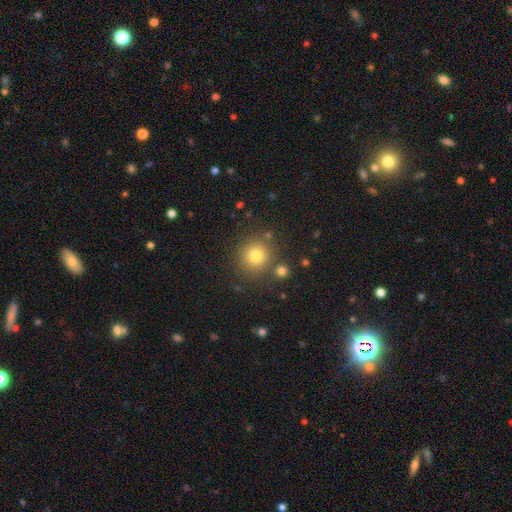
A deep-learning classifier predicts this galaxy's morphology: Smooth or featured? smooth (80%)
How rounded? round (92%)
Merging? none (82%)